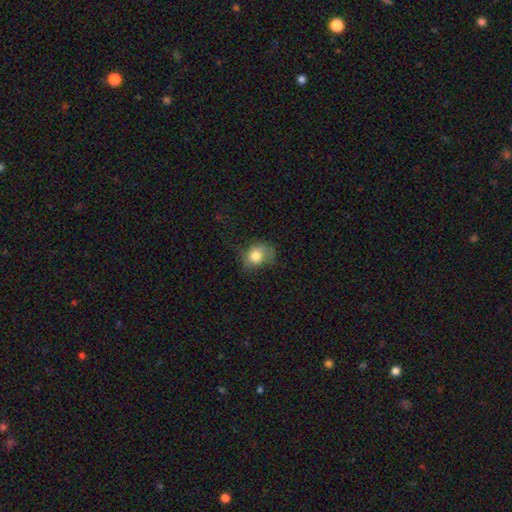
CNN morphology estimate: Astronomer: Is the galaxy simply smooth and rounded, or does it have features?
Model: smooth — 77%.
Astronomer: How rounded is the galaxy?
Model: round — 52% (runner-up: in between, 47%).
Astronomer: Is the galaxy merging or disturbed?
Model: none — 48% (runner-up: minor disturbance, 32%).